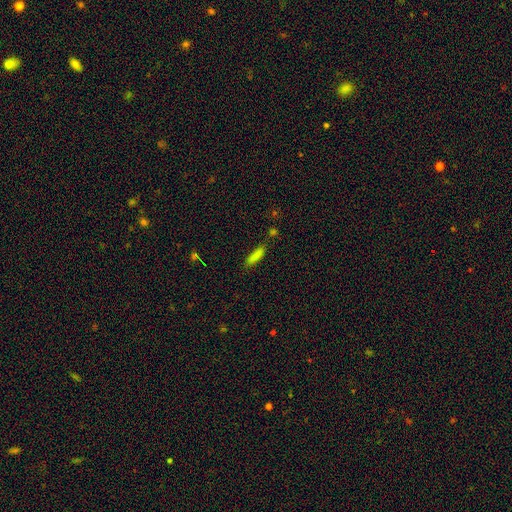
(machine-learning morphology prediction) Smooth or featured: smooth — 83% (star or artifact — 9%)
How rounded: cigar-shaped — 75% (in between — 24%)
Merging: none — 78% (minor disturbance — 15%)